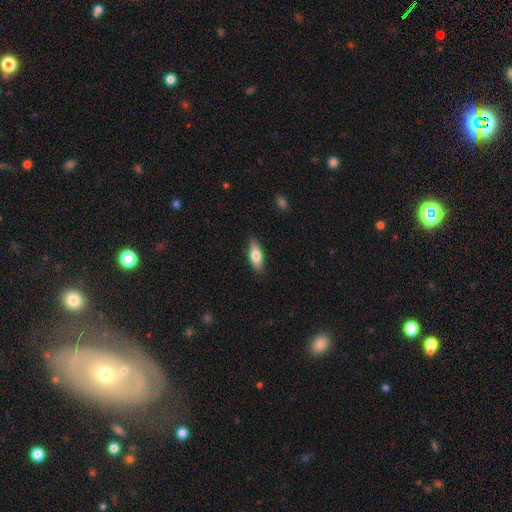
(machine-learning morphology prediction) Smooth or featured? smooth (66%)
How rounded? in between (60%)
Merging? none (86%)